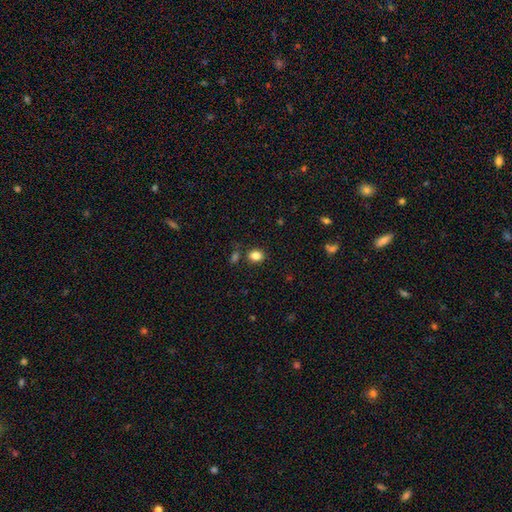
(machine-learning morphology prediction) smooth_or_featured: smooth (p=0.84) [alt: star or artifact p=0.11]
how_rounded: in between (p=0.58) [alt: round p=0.41]
merging: none (p=0.79) [alt: minor disturbance p=0.11]